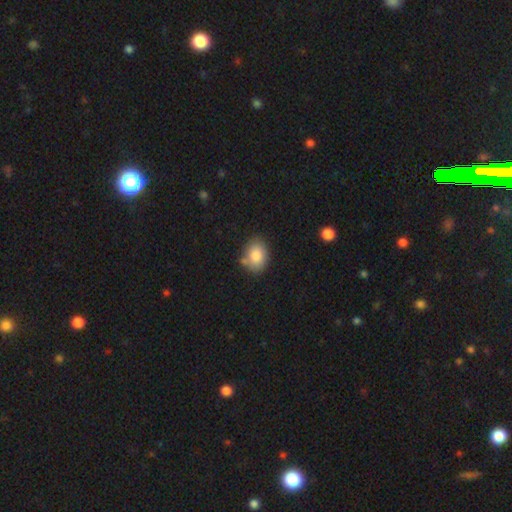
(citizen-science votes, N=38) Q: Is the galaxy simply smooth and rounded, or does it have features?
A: smooth — 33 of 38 (87%).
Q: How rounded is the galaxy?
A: in between — 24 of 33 (73%).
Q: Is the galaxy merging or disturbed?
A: none — 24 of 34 (71%).